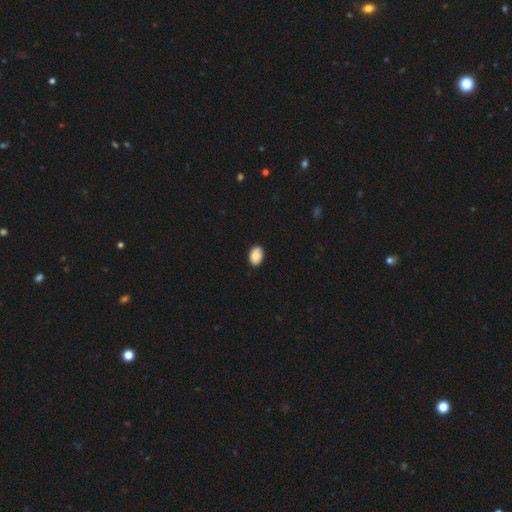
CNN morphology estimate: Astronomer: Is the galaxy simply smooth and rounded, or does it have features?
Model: smooth — 89%.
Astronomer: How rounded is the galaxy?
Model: in between — 82%.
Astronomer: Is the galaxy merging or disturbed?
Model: none — 89%.